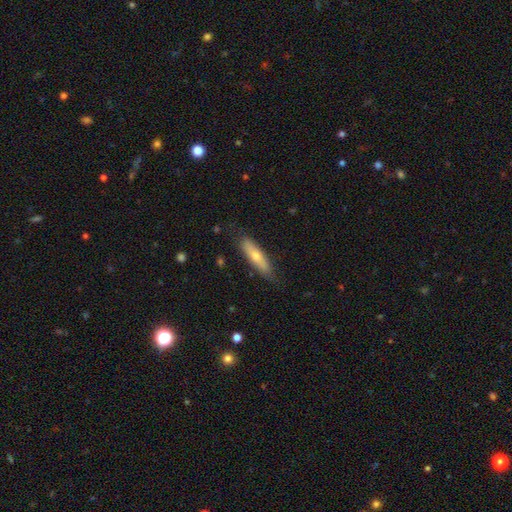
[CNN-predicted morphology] Smooth or featured? Predicted: smooth (p=0.58). How rounded? Predicted: cigar-shaped (p=0.68). Merging? Predicted: none (p=0.80).